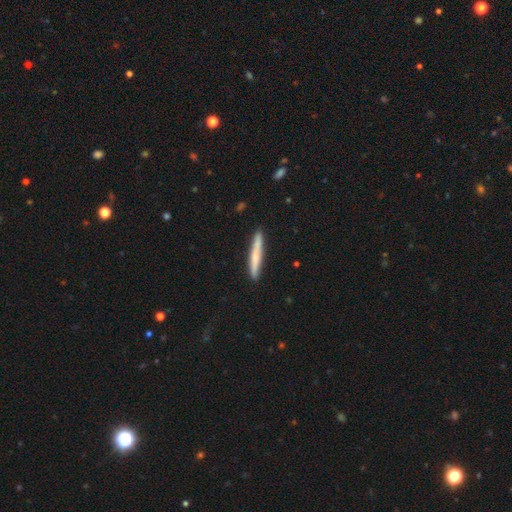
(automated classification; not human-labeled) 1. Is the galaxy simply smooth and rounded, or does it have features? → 62% smooth, 32% featured or disk, 6% star or artifact.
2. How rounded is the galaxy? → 96% cigar-shaped, 3% in between, 1% round.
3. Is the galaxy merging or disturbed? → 90% none, 7% minor disturbance, 1% major disturbance, 1% merger.